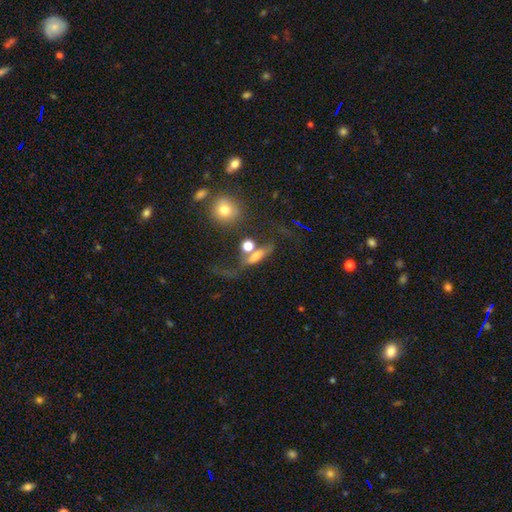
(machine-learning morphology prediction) Smooth or featured? Predicted: smooth (p=0.50). Merging? Predicted: none (p=0.34).